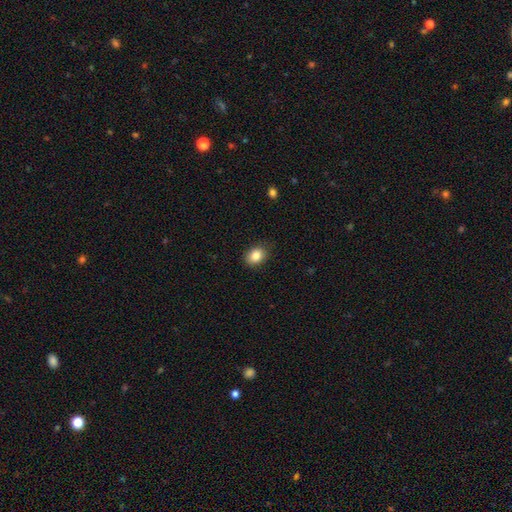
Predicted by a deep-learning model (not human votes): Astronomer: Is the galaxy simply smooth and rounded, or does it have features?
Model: smooth — 85%.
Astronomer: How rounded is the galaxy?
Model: in between — 66%.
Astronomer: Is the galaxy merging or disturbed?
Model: none — 86%.